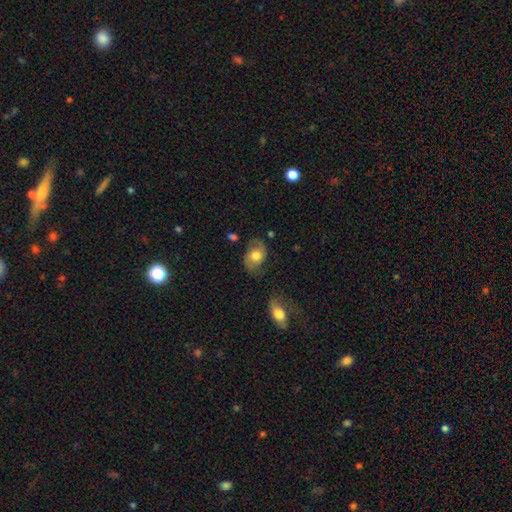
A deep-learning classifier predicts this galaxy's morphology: A smooth galaxy with no disk features (52%) that is in between round and cigar-shaped (78%). Merging: none (68%).